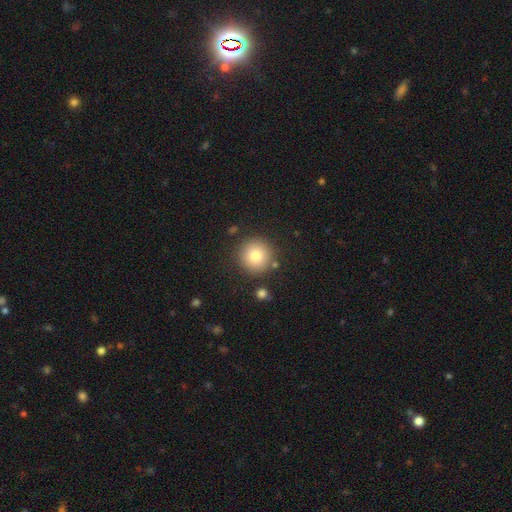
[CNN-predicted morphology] A smooth galaxy with no disk features (79%) that is round (95%).

Vote fractions:
- Smooth or featured? smooth: 79% / star or artifact: 11% / featured or disk: 10%
- How rounded? round: 95% / in between: 4% / cigar-shaped: 1%
- Merging? none: 86% / minor disturbance: 7% / merger: 4% / major disturbance: 3%